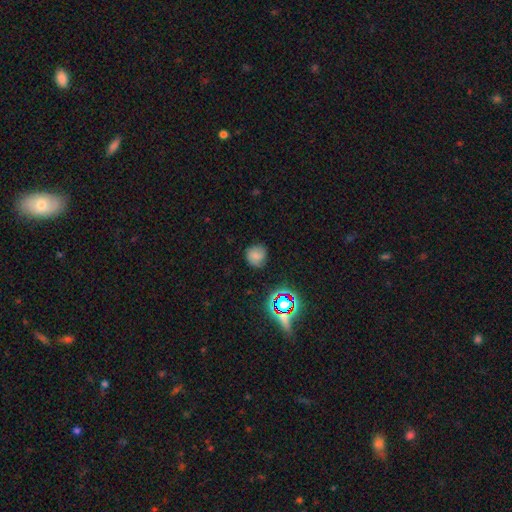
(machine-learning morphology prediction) Smooth or featured?
  - smooth: 65% *
  - star or artifact: 18%
  - featured or disk: 18%
How rounded?
  - round: 86% *
  - in between: 13%
  - cigar-shaped: 1%
Merging?
  - none: 76% *
  - minor disturbance: 18%
  - major disturbance: 5%
  - merger: 2%